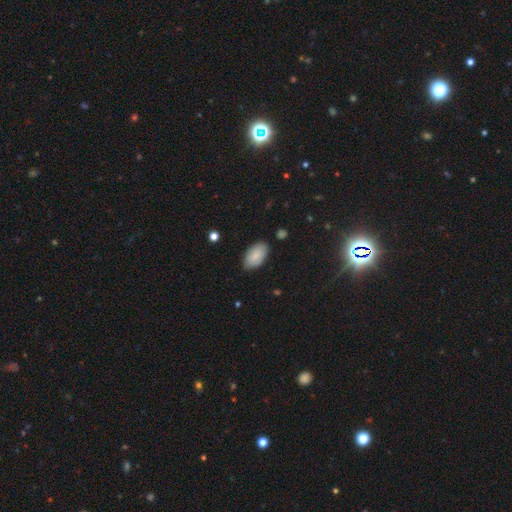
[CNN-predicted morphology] Smooth or featured?
  - smooth: 84% *
  - featured or disk: 9%
  - star or artifact: 7%
How rounded?
  - in between: 95% *
  - round: 3%
  - cigar-shaped: 2%
Merging?
  - none: 82% *
  - minor disturbance: 14%
  - major disturbance: 3%
  - merger: 1%